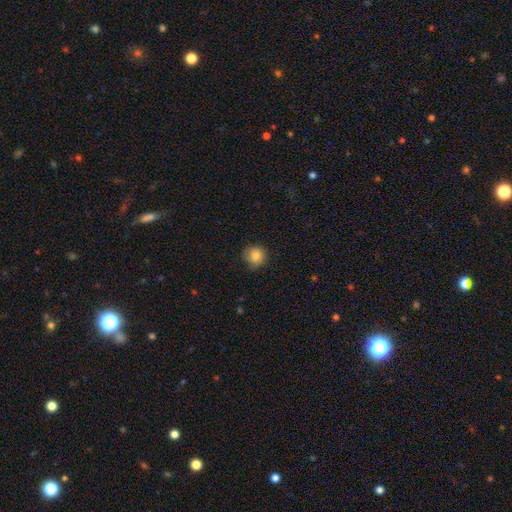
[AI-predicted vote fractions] Smooth or featured?
  - smooth: 83% *
  - star or artifact: 9%
  - featured or disk: 8%
How rounded?
  - round: 89% *
  - in between: 10%
  - cigar-shaped: 1%
Merging?
  - none: 71% *
  - minor disturbance: 23%
  - major disturbance: 5%
  - merger: 1%